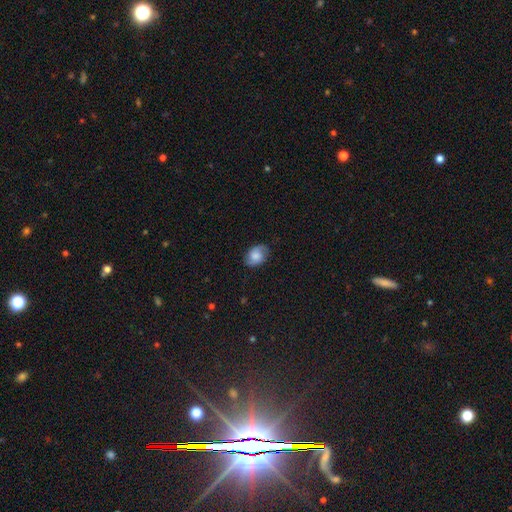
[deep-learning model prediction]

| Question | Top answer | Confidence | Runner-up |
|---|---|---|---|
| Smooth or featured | smooth | 59% | featured or disk (32%) |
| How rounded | in between | 70% | round (28%) |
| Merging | none | 77% | minor disturbance (17%) |